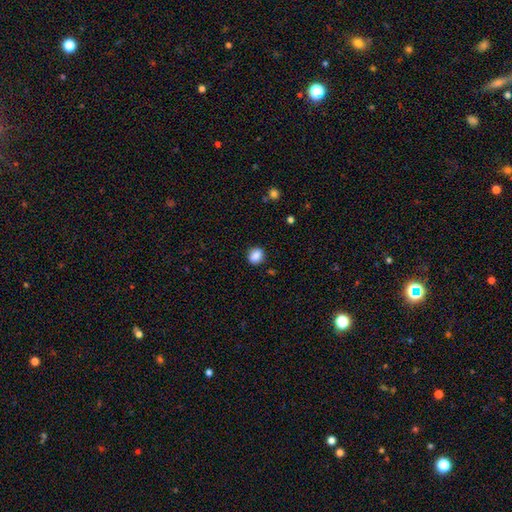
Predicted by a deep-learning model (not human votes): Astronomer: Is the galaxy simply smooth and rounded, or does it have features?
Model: smooth — 87%.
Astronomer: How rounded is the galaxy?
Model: round — 61% (runner-up: in between, 38%).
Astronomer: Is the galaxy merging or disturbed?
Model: none — 87%.